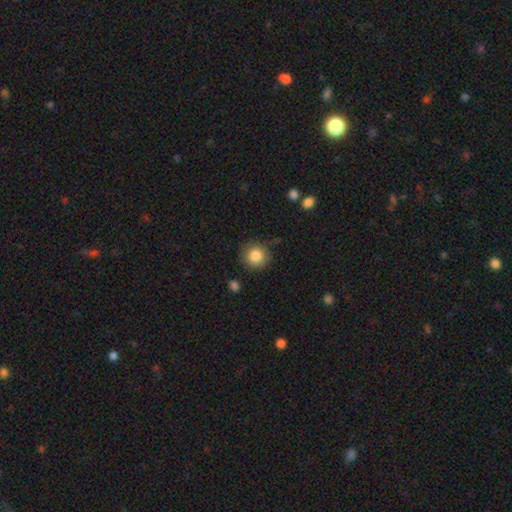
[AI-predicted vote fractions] Smooth or featured?
  - smooth: 85% *
  - star or artifact: 9%
  - featured or disk: 6%
How rounded?
  - round: 92% *
  - in between: 7%
  - cigar-shaped: 1%
Merging?
  - none: 83% *
  - minor disturbance: 11%
  - major disturbance: 3%
  - merger: 2%